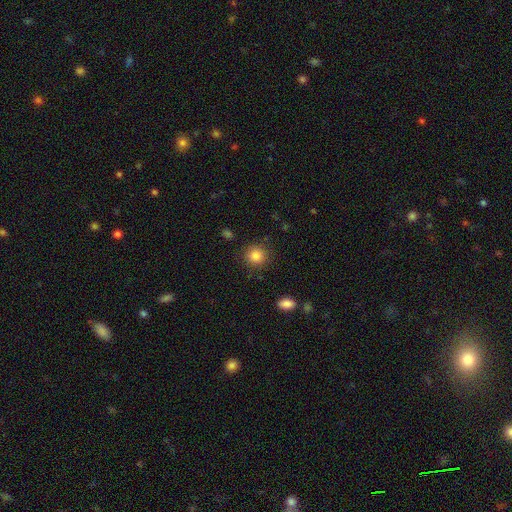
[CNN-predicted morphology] Smooth or featured: smooth — 85% (star or artifact — 10%)
How rounded: round — 91% (in between — 8%)
Merging: none — 88% (minor disturbance — 8%)